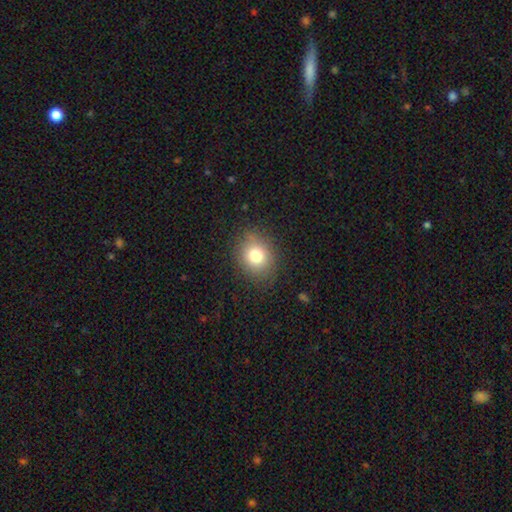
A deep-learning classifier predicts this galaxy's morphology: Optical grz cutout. It shows a smooth galaxy with no disk features (76%) that is round (58%). Merging: none (83%).